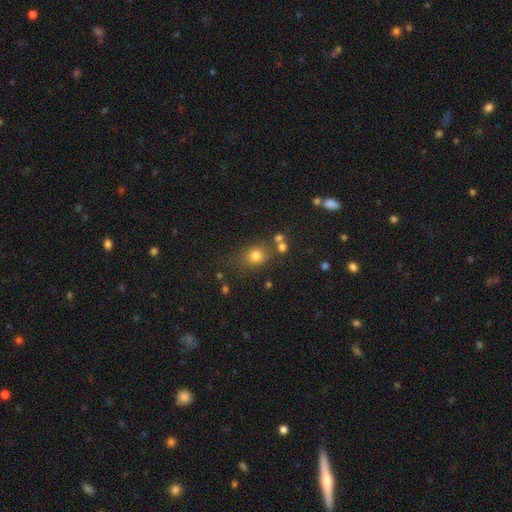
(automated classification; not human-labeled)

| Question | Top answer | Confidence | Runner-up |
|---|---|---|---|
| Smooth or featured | smooth | 76% | star or artifact (15%) |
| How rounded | round | 63% | in between (36%) |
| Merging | none | 68% | minor disturbance (15%) |